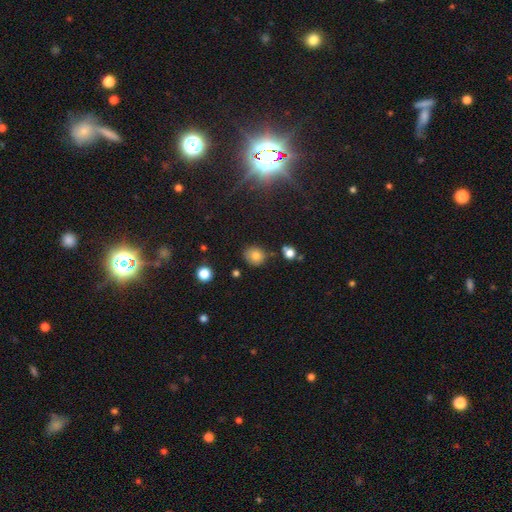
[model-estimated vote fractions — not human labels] smooth-or-featured: smooth: 77% | star or artifact: 13% | featured or disk: 10%
  how-rounded: round: 79% | in between: 20% | cigar-shaped: 1%
  merging: none: 79% | minor disturbance: 14% | merger: 4% | major disturbance: 3%